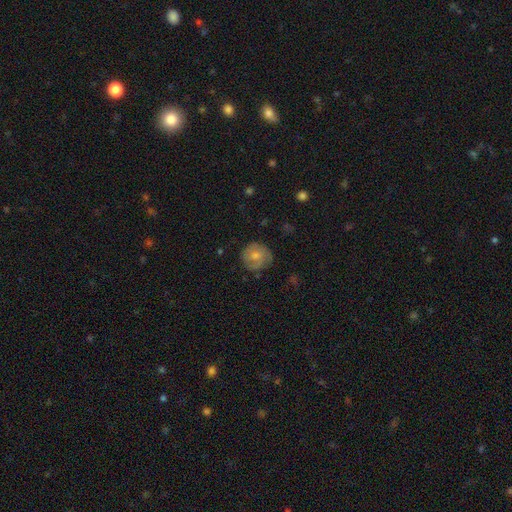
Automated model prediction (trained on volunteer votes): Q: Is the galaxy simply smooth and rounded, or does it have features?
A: smooth — 59%.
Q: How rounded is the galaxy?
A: round — 89%.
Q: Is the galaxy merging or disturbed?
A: none — 77%.